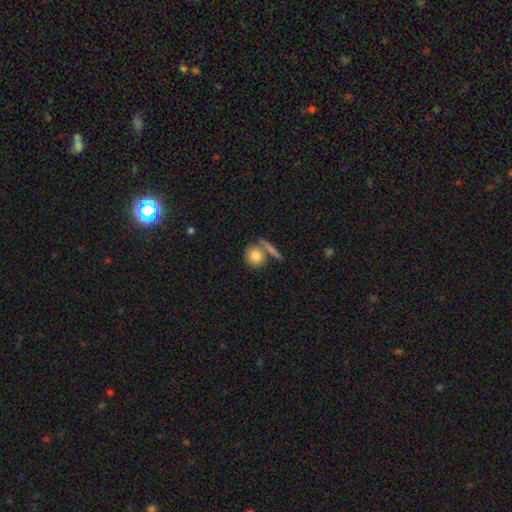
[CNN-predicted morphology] The model was most divided on "merging": none: 59%, merger: 25%, minor disturbance: 11%, major disturbance: 5%. More confident: smooth or featured — smooth (79%); how rounded — round (77%).